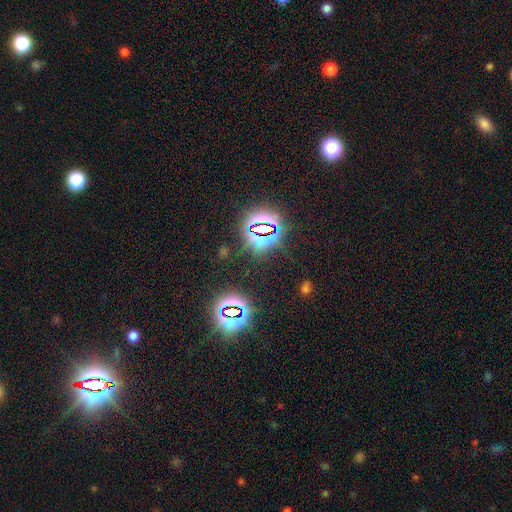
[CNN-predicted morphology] A star or artifact, not a galaxy (81%).